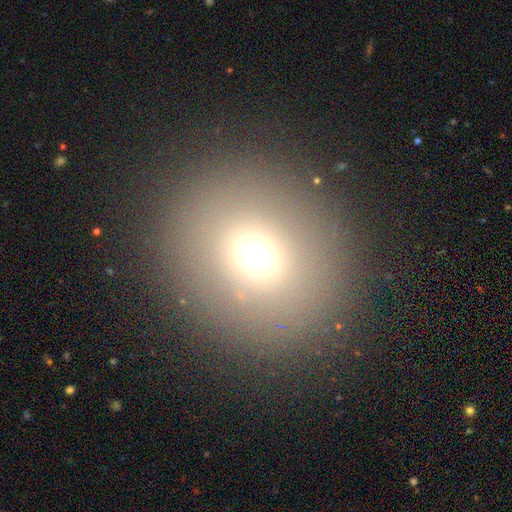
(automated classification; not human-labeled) This is likely a smooth galaxy (68%). How rounded: likely round (78%). Merging: clearly none (88%).